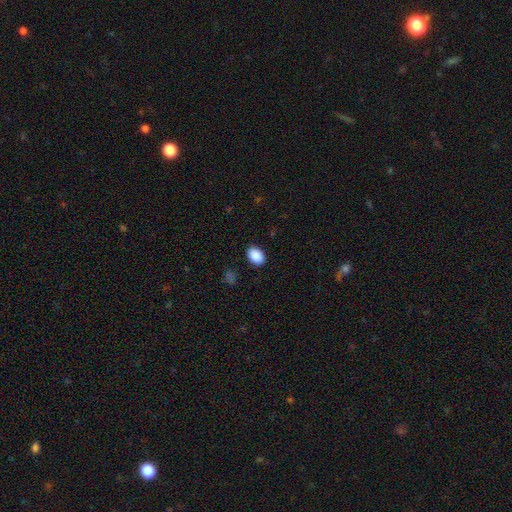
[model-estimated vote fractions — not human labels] The model was most divided on "how rounded": in between: 81%, round: 18%, cigar-shaped: 1%. More confident: smooth or featured — smooth (90%); merging — none (89%).